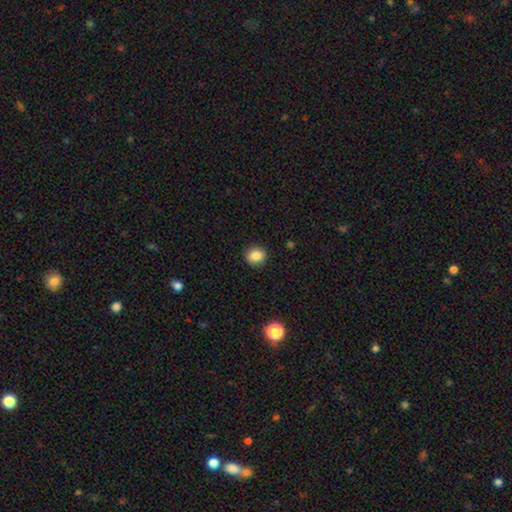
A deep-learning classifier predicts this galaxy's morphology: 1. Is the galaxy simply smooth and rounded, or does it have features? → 86% smooth, 10% star or artifact, 4% featured or disk.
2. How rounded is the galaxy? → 75% round, 24% in between, 1% cigar-shaped.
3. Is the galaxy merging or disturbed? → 90% none, 7% minor disturbance, 2% major disturbance, 1% merger.